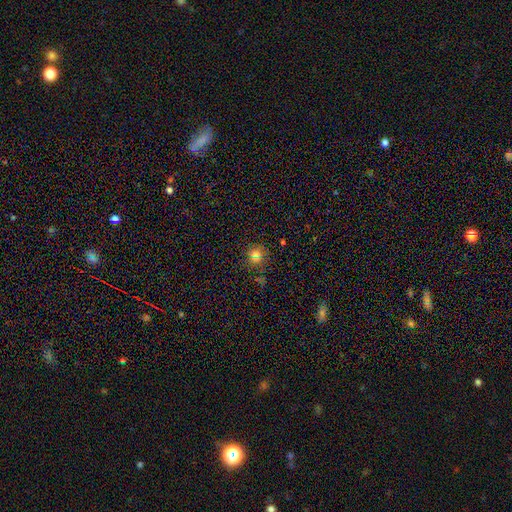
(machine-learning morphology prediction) A smooth galaxy with no disk features (71%) that is round (86%). Merging: none (72%).